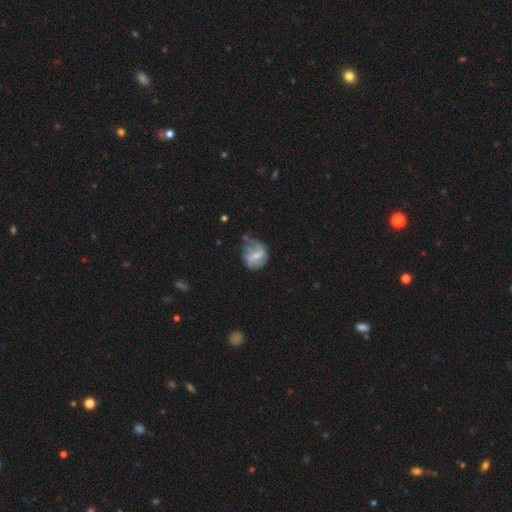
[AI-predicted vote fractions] Smooth or featured: featured or disk — 55% (smooth — 38%)
Edge-on disk: no — 97% (yes — 3%)
Bar: weak — 50% (no — 28%)
Spiral arms: yes — 60% (no — 40%)
Bulge size: small — 47% (moderate — 30%)
Merging: none — 38% (minor disturbance — 32%)